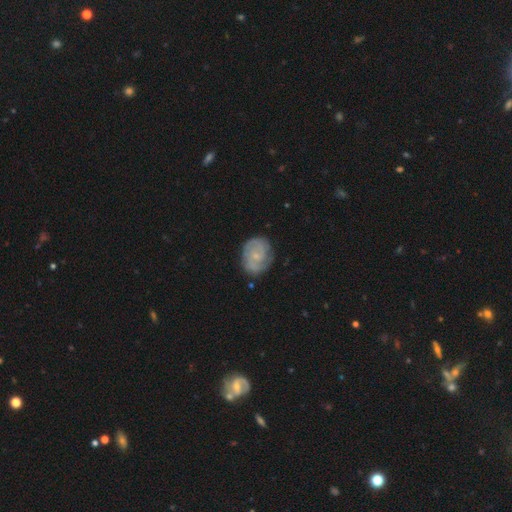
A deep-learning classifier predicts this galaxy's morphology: type=featured or disk (77%); edge-on=no (98%); bar=no (66%); spiral arms=yes (94%); winding=tight (58%); arm count=2 (57%); bulge=small (72%); merging=none (78%).